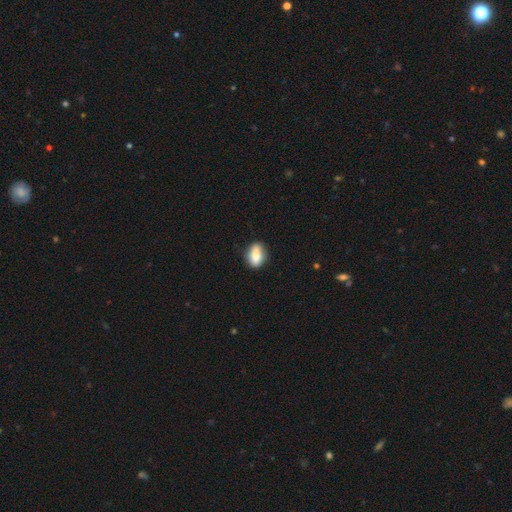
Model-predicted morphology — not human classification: This appears to be a smooth galaxy with no disk features (80%) that is in between round and cigar-shaped (79%). Merging: none (74%).